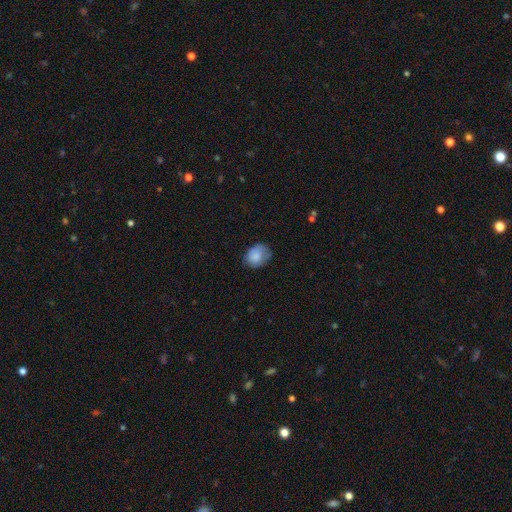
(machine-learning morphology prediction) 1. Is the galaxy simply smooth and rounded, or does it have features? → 83% smooth, 10% featured or disk, 8% star or artifact.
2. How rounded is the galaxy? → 61% in between, 38% round, 1% cigar-shaped.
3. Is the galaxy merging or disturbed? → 58% none, 31% minor disturbance, 9% major disturbance, 1% merger.